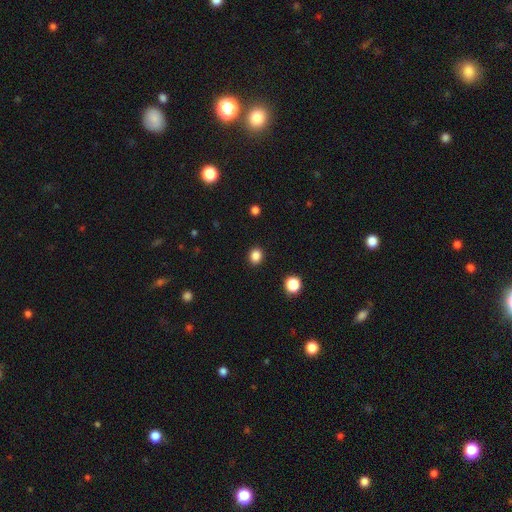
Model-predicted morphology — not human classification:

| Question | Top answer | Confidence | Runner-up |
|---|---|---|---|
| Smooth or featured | smooth | 85% | star or artifact (12%) |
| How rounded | round | 72% | in between (27%) |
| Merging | none | 91% | minor disturbance (6%) |